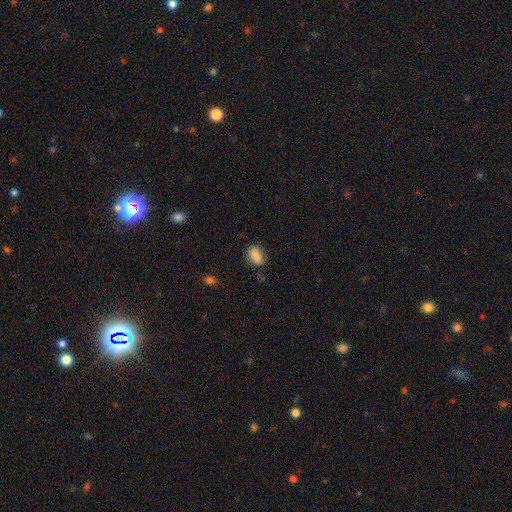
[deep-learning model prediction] smooth_or_featured: smooth (p=0.86) [alt: star or artifact p=0.09]
how_rounded: in between (p=0.80) [alt: round p=0.17]
merging: none (p=0.74) [alt: minor disturbance p=0.19]